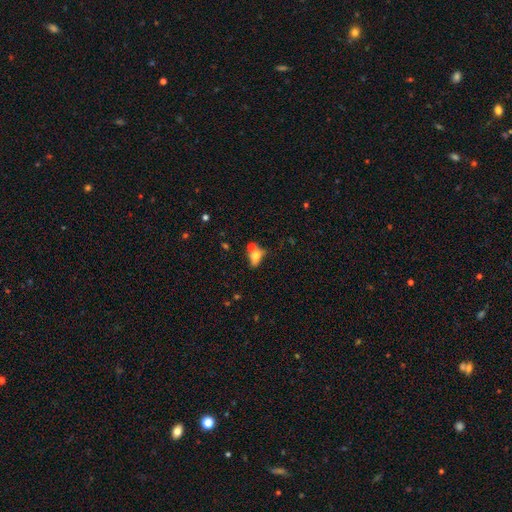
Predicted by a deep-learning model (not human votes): Morphology: type=smooth (73%); roundness=in between (80%); merging=merger (41%).